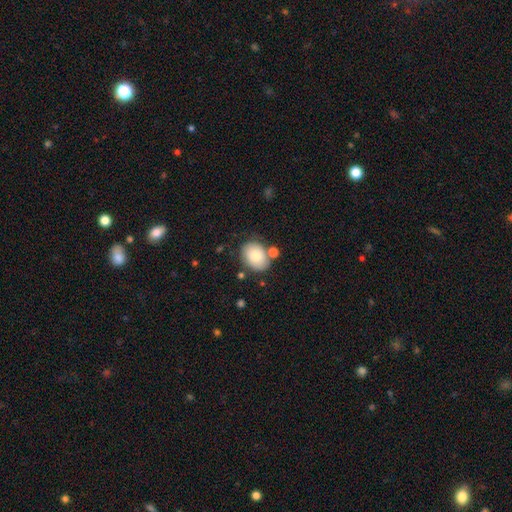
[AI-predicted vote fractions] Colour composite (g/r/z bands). It shows a smooth galaxy with no disk features (77%) that is in between round and cigar-shaped (59%). Merging: none (71%).